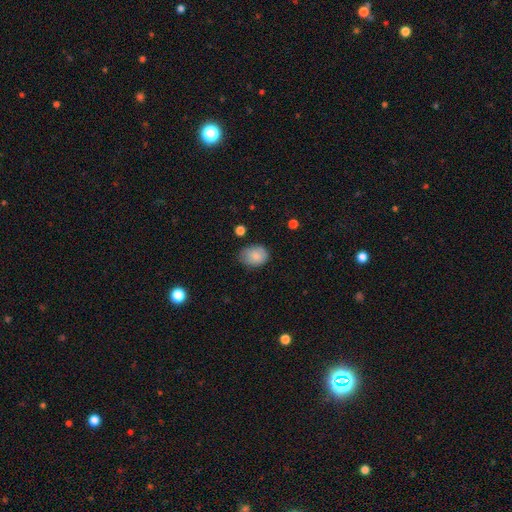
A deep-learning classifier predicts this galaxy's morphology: This is clearly a smooth galaxy (85%). How rounded: likely in between (64%). Merging: likely none (63%).